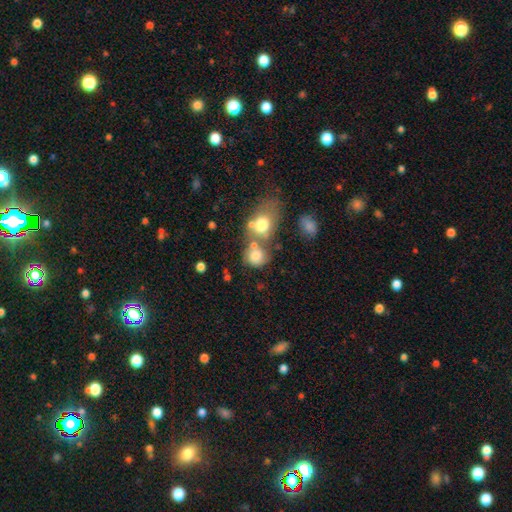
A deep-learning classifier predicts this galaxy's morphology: Smooth or featured?
  - smooth: 72% *
  - featured or disk: 17%
  - star or artifact: 11%
How rounded?
  - round: 71% *
  - in between: 28%
  - cigar-shaped: 1%
Merging?
  - merger: 46% *
  - none: 34%
  - minor disturbance: 12%
  - major disturbance: 8%